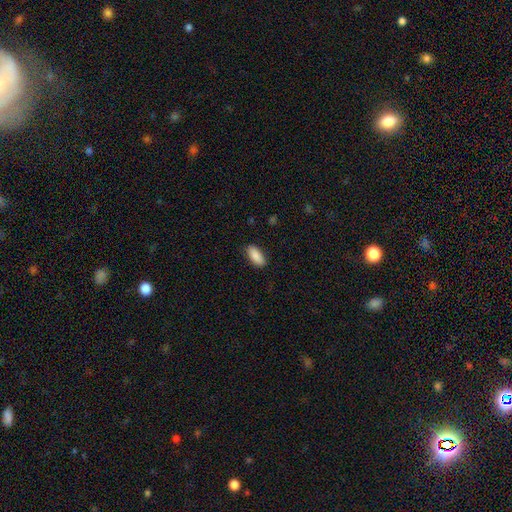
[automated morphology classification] Smooth or featured: smooth — 90% (star or artifact — 6%)
How rounded: in between — 87% (cigar-shaped — 11%)
Merging: none — 87% (minor disturbance — 10%)